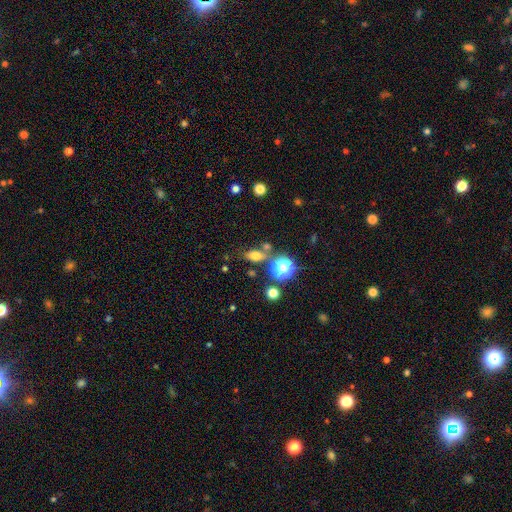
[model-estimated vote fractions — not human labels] A smooth galaxy with no disk features (68%) that is in between round and cigar-shaped (71%).

Vote fractions:
- Smooth or featured? smooth: 68% / star or artifact: 20% / featured or disk: 12%
- How rounded? in between: 71% / round: 22% / cigar-shaped: 7%
- Merging? none: 70% / merger: 14% / minor disturbance: 12% / major disturbance: 5%